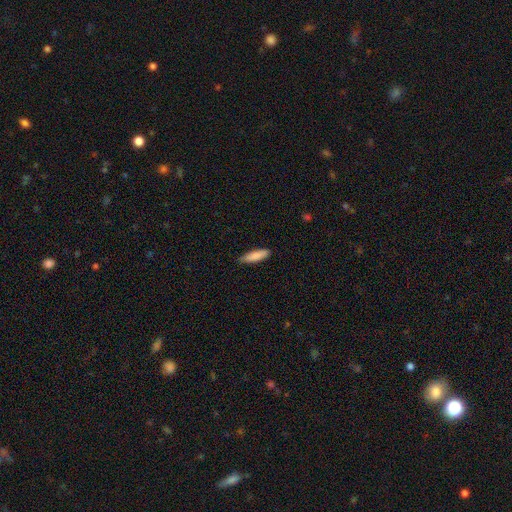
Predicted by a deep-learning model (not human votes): smooth 87%, featured or disk 7%, star or artifact 6%. Down the decision tree: how rounded — cigar-shaped (66%); merging — none (84%).